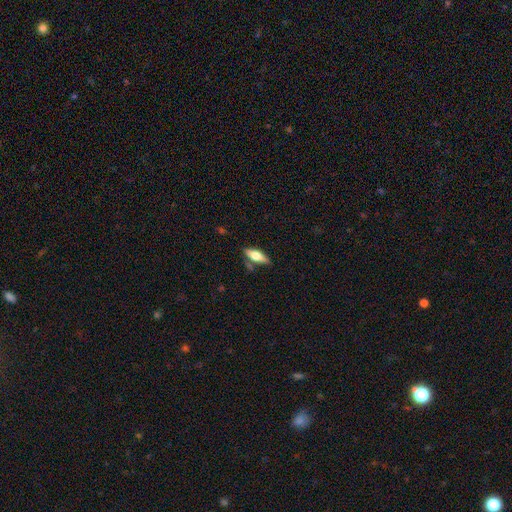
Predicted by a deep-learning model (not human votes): This appears to be a smooth galaxy with no disk features (55%) that is in between round and cigar-shaped (65%). Merging: none (73%).